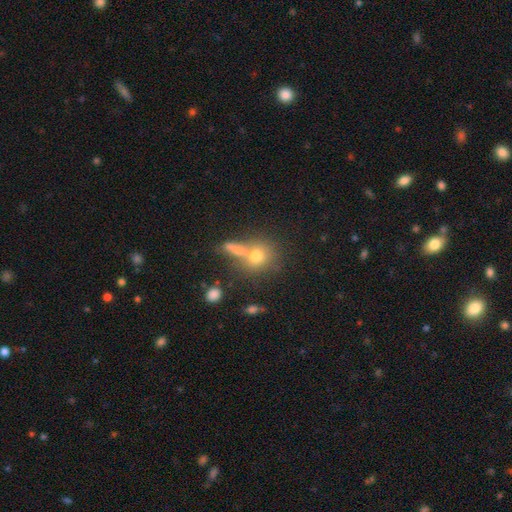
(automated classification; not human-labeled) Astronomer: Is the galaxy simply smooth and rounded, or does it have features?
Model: smooth — 70%.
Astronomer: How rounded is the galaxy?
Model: round — 75%.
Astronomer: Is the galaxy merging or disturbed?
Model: none — 44% (runner-up: merger, 39%).